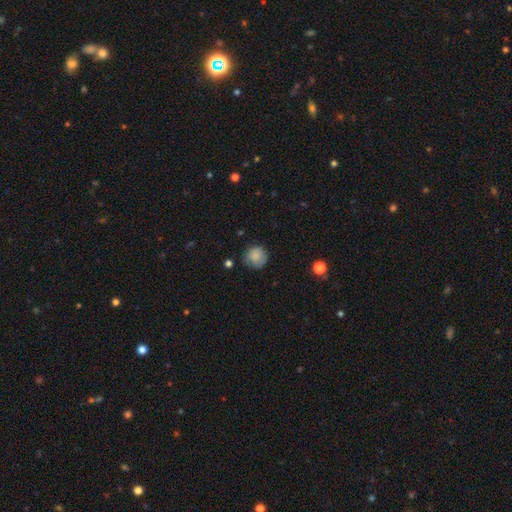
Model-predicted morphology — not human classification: smooth_or_featured: smooth (p=0.82) [alt: featured or disk p=0.09]
how_rounded: round (p=0.89) [alt: in between p=0.10]
merging: none (p=0.73) [alt: minor disturbance p=0.20]